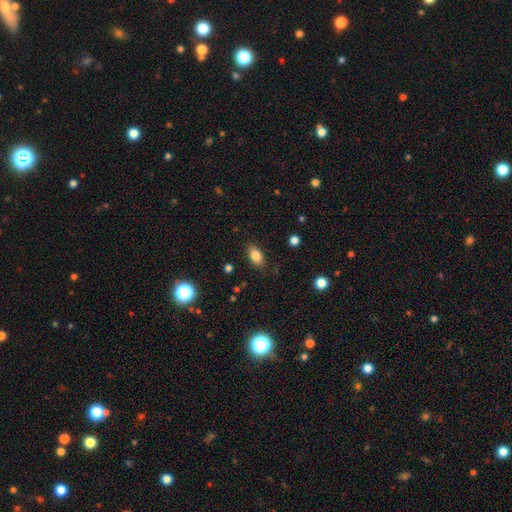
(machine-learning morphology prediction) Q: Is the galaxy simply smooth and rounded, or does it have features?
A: smooth — 83%.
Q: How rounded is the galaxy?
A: in between — 88%.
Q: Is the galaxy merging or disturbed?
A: none — 85%.